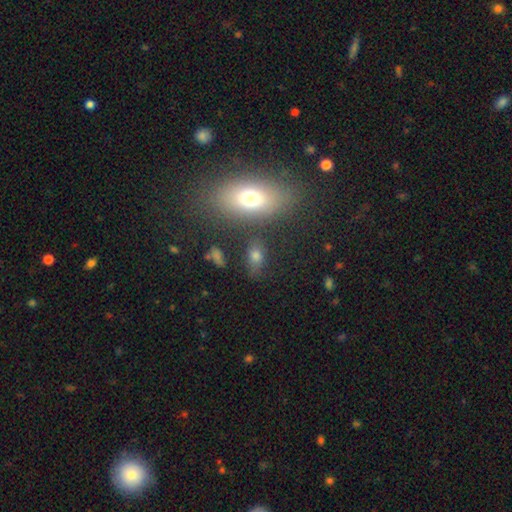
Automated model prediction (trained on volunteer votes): A smooth galaxy with no disk features (70%) that is in between round and cigar-shaped (79%). Merging: none (71%).